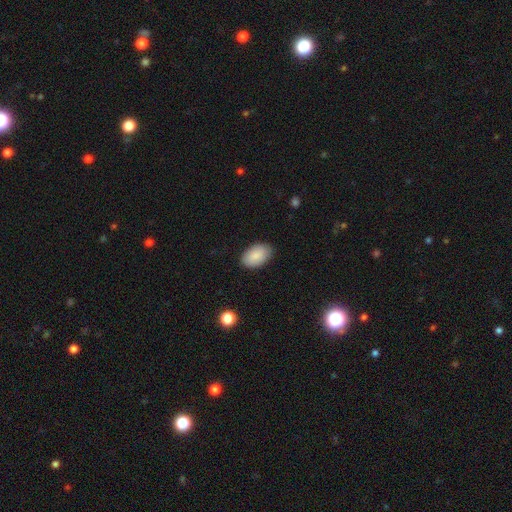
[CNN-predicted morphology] smooth-or-featured: smooth: 89% | star or artifact: 6% | featured or disk: 5%
  how-rounded: in between: 94% | round: 5% | cigar-shaped: 1%
  merging: none: 85% | minor disturbance: 12% | major disturbance: 2% | merger: 1%